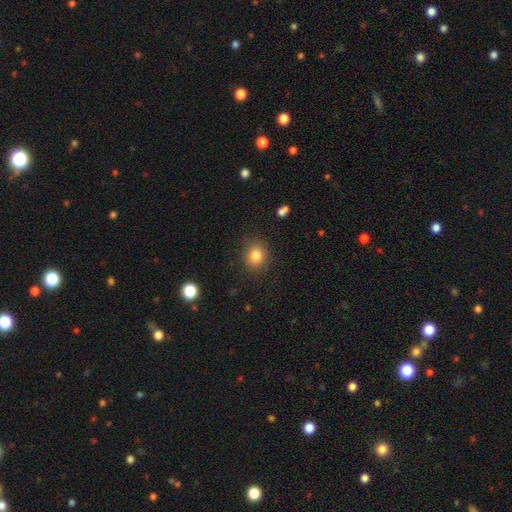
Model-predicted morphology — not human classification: smooth-or-featured: smooth: 82% | star or artifact: 11% | featured or disk: 7%
  how-rounded: round: 74% | in between: 25% | cigar-shaped: 1%
  merging: none: 88% | minor disturbance: 8% | major disturbance: 3% | merger: 1%